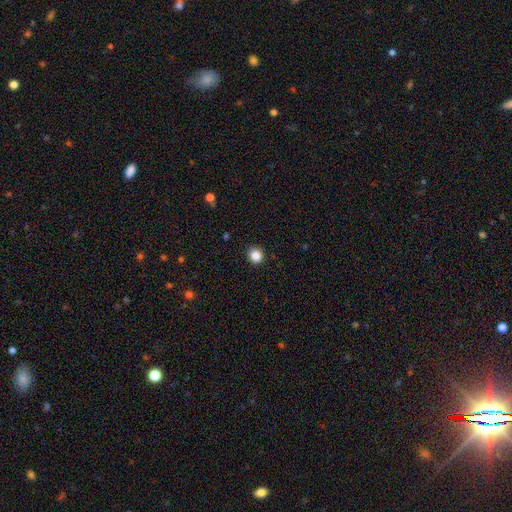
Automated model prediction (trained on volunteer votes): Morphology: type=smooth (85%); roundness=round (89%); merging=none (91%).